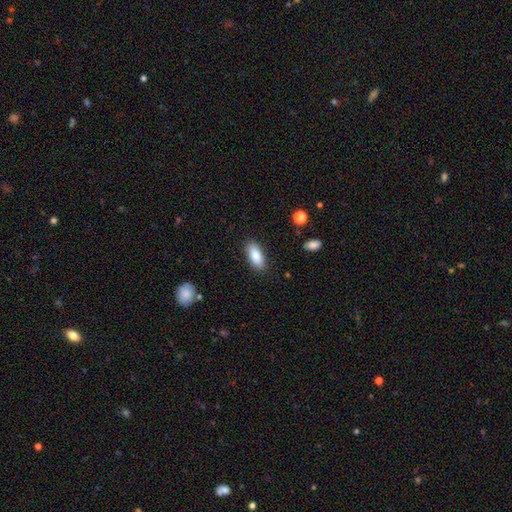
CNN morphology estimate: A smooth galaxy with no disk features (85%) that is in between round and cigar-shaped (81%).

Vote fractions:
- Smooth or featured? smooth: 85% / featured or disk: 8% / star or artifact: 7%
- How rounded? in between: 81% / cigar-shaped: 16% / round: 2%
- Merging? none: 87% / minor disturbance: 10% / major disturbance: 2% / merger: 1%